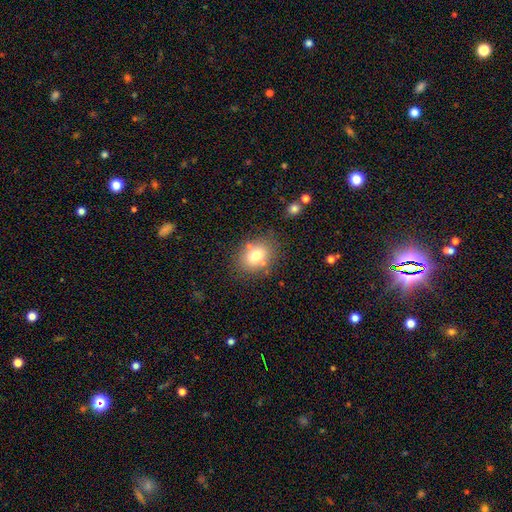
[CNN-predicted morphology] Q: Smooth or featured?
A: smooth (75%); runner-up: featured or disk (14%)
Q: How rounded?
A: in between (59%); runner-up: round (40%)
Q: Merging?
A: none (75%); runner-up: minor disturbance (14%)